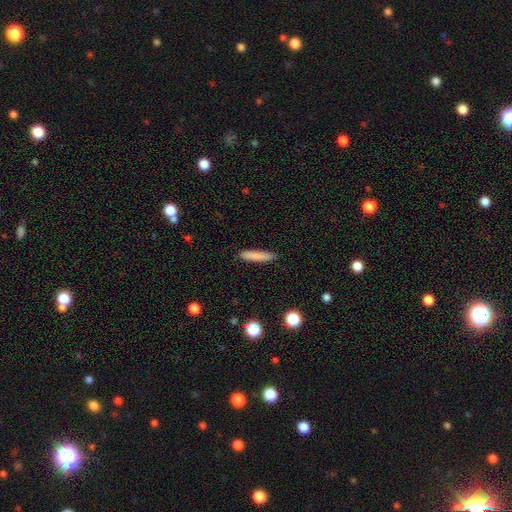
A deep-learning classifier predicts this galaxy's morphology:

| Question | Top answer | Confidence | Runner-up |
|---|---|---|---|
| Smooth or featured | smooth | 83% | featured or disk (9%) |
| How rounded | cigar-shaped | 89% | in between (9%) |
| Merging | none | 89% | minor disturbance (8%) |